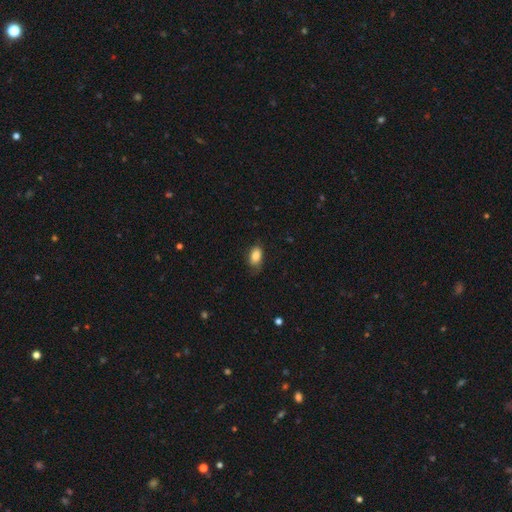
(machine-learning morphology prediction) Smooth or featured? smooth (83%)
How rounded? in between (89%)
Merging? none (69%)